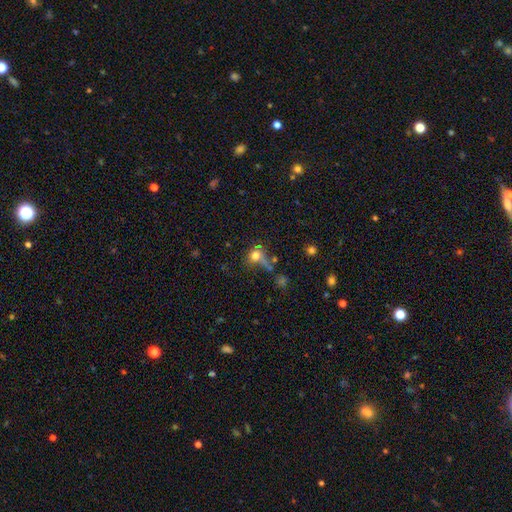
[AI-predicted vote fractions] Q: Smooth or featured?
A: smooth (71%); runner-up: star or artifact (17%)
Q: How rounded?
A: round (77%); runner-up: in between (21%)
Q: Merging?
A: none (44%); runner-up: merger (21%)